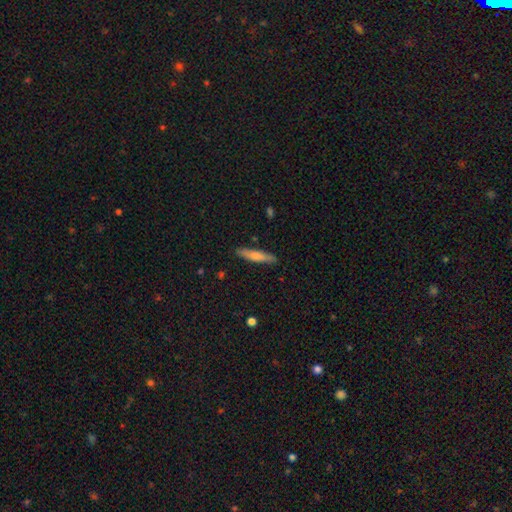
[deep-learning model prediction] smooth-or-featured: smooth: 63% | featured or disk: 31% | star or artifact: 6%
  how-rounded: cigar-shaped: 87% | in between: 12% | round: 2%
  merging: none: 88% | minor disturbance: 9% | major disturbance: 2% | merger: 1%